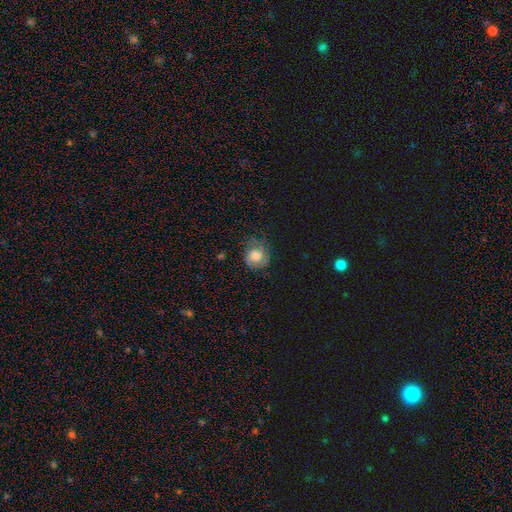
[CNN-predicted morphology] This is possibly a smooth galaxy (59%). How rounded: likely round (77%). Merging: likely none (61%).